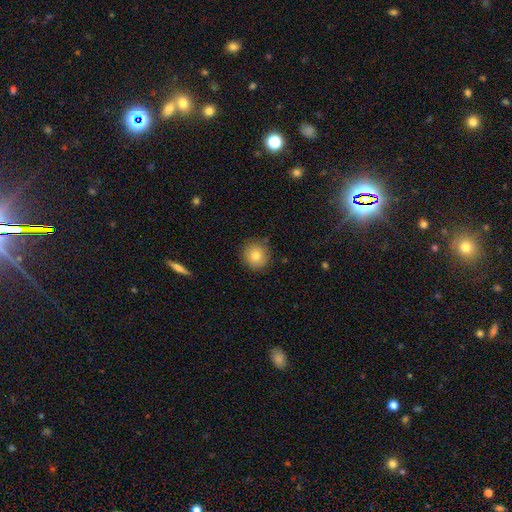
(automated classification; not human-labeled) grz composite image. It shows a smooth galaxy with no disk features (78%) that is round (93%). Merging: none (85%).